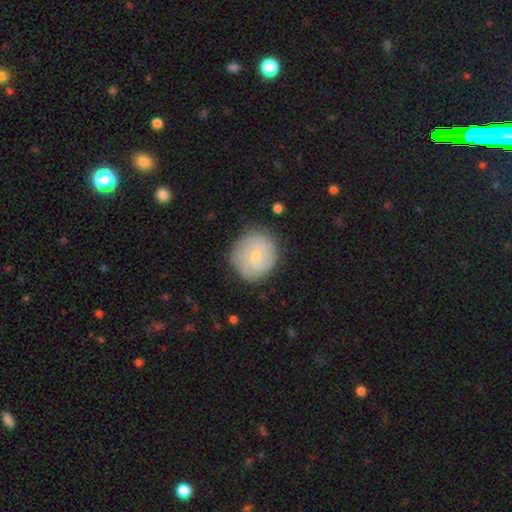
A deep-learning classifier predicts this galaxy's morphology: featured or disk 47%, smooth 45%, star or artifact 8%. Down the decision tree: merging — none (79%).